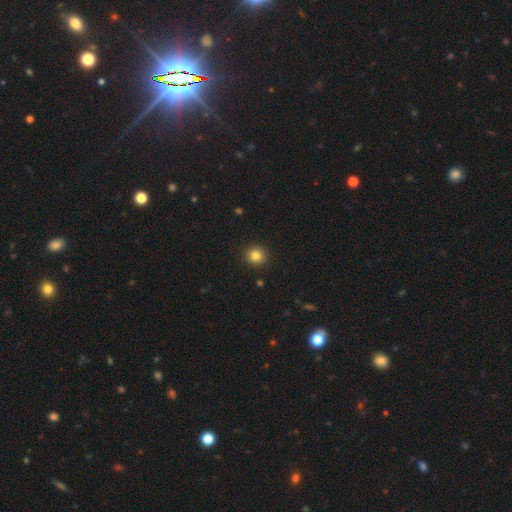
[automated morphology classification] This is clearly a smooth galaxy (83%). How rounded: clearly round (94%). Merging: clearly none (92%).